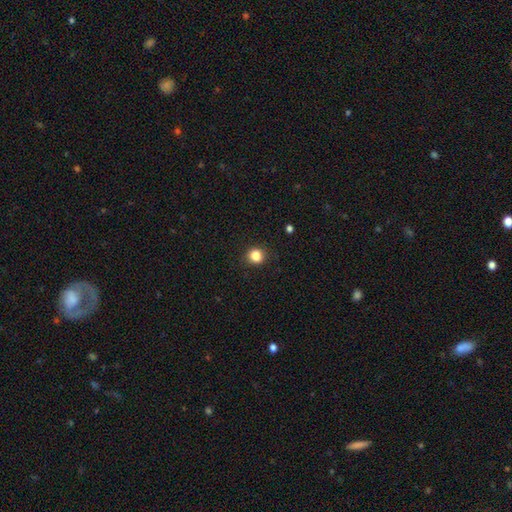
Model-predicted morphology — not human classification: smooth-or-featured: smooth: 84% | star or artifact: 12% | featured or disk: 4%
  how-rounded: round: 79% | in between: 20% | cigar-shaped: 1%
  merging: none: 87% | minor disturbance: 9% | major disturbance: 3% | merger: 1%